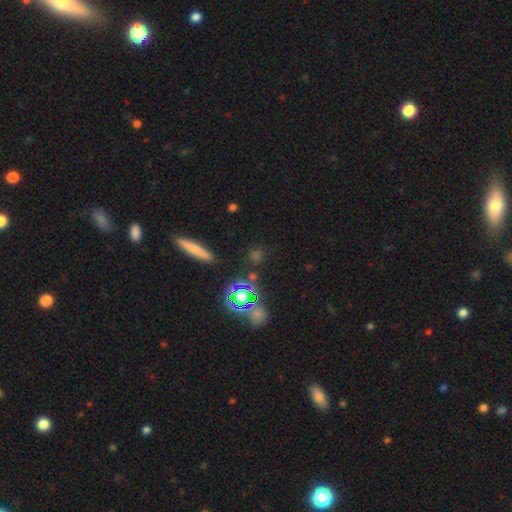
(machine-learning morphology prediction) type=smooth (49%); merging=none (84%).